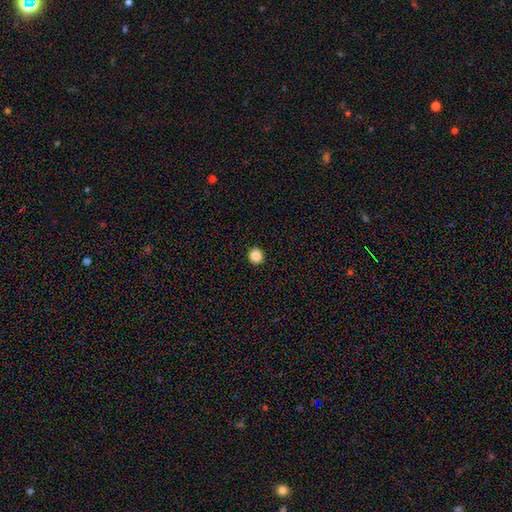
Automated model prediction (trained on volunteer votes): The model was most divided on "smooth or featured": smooth: 85%, star or artifact: 10%, featured or disk: 4%. More confident: merging — none (94%); how rounded — round (91%).